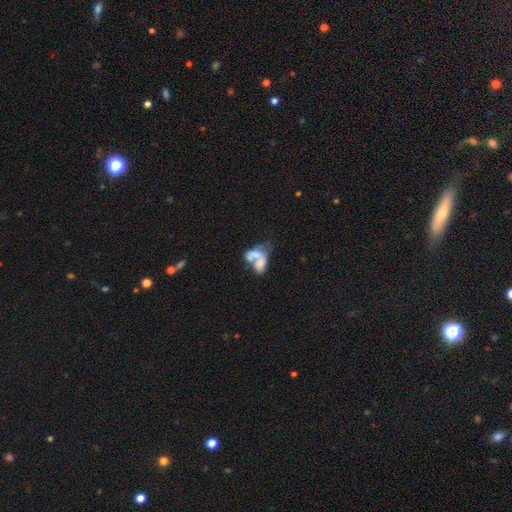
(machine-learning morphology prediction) A smooth galaxy with no disk features (49%). Merging: merger (67%).